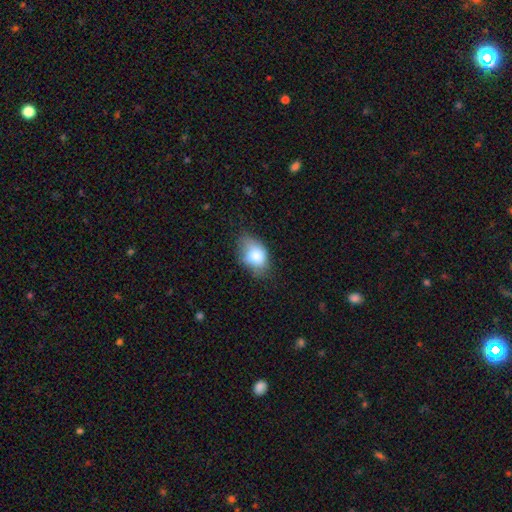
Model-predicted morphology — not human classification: Q: Smooth or featured?
A: smooth (79%); runner-up: featured or disk (13%)
Q: How rounded?
A: in between (82%); runner-up: round (16%)
Q: Merging?
A: none (49%); runner-up: minor disturbance (37%)